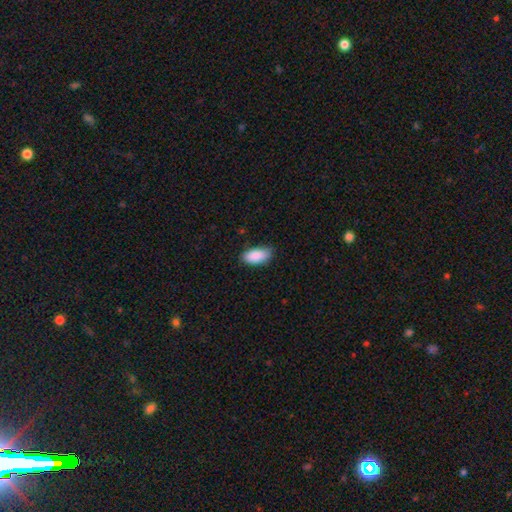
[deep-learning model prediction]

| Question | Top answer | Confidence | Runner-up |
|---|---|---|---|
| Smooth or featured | smooth | 90% | star or artifact (6%) |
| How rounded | in between | 92% | cigar-shaped (5%) |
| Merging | none | 81% | minor disturbance (15%) |